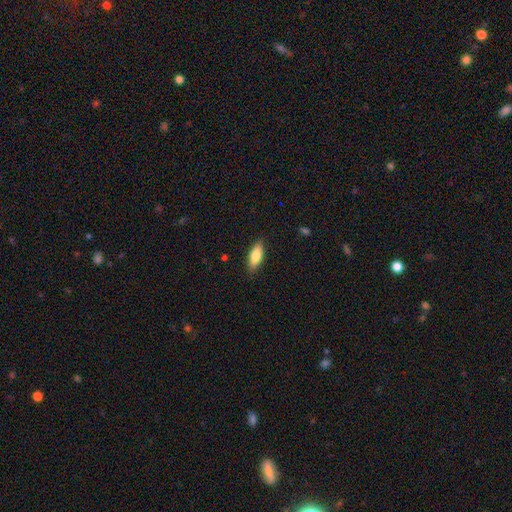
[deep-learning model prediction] Morphology: type=smooth (77%); roundness=in between (69%); merging=none (87%).